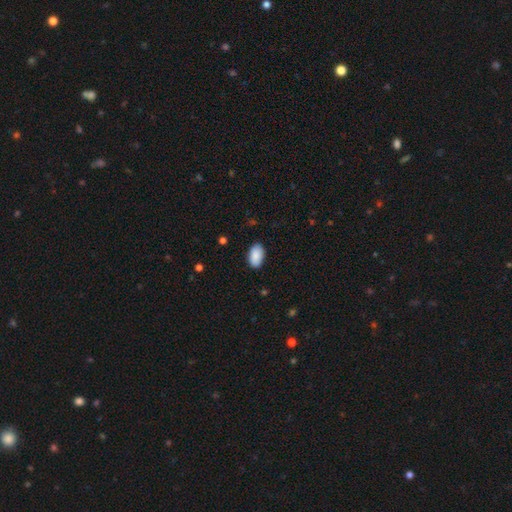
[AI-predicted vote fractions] Morphology: type=smooth (90%); roundness=in between (94%); merging=none (87%).